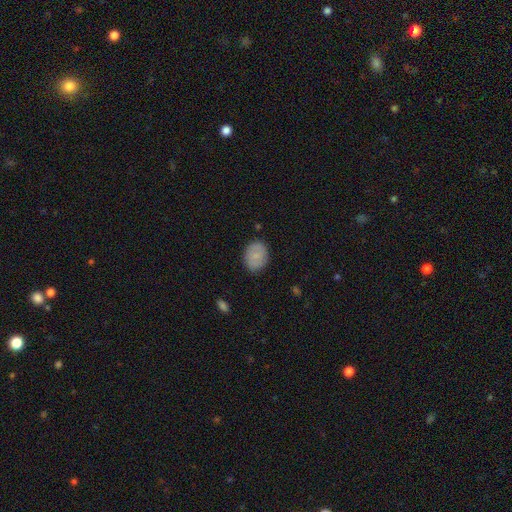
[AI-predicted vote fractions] smooth 73%, featured or disk 19%, star or artifact 7%. Down the decision tree: how rounded — in between (56%); merging — none (84%).